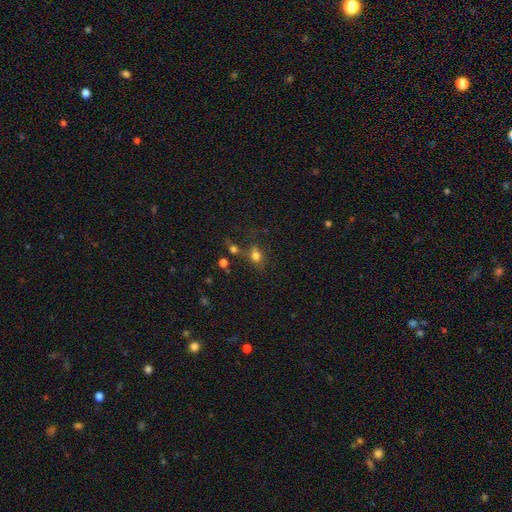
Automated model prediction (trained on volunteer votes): Smooth or featured: smooth — 73% (star or artifact — 15%)
How rounded: in between — 55% (round — 42%)
Merging: none — 48% (merger — 23%)